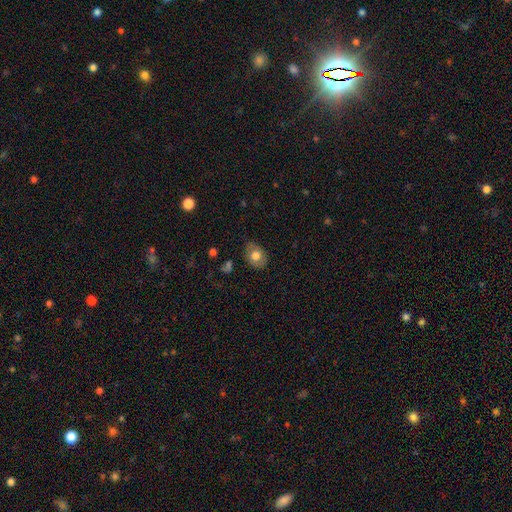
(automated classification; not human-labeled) Overall: smooth (70%). How rounded: in between (68%; round 31%). Merging: none (78%).